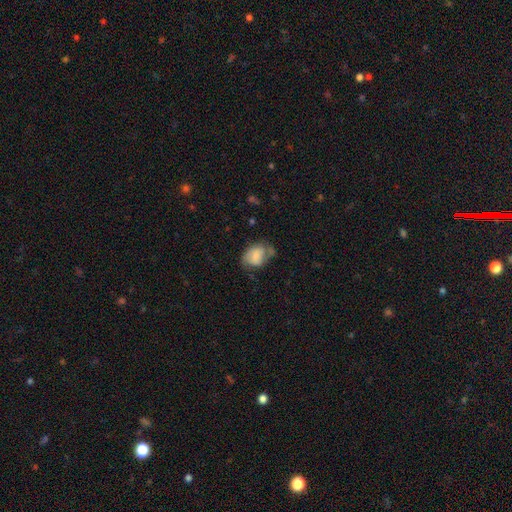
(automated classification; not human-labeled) Smooth or featured? smooth (63%)
How rounded? in between (70%)
Merging? none (45%)